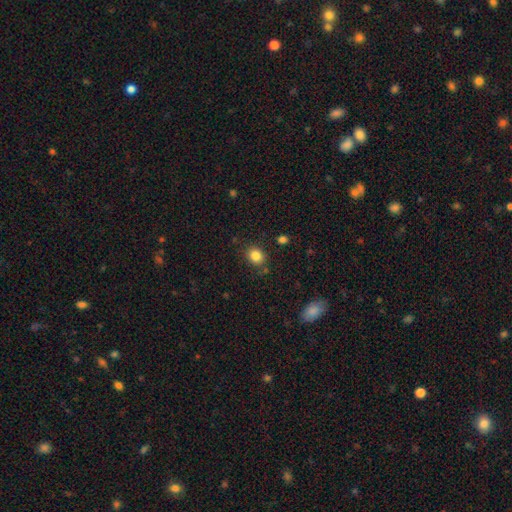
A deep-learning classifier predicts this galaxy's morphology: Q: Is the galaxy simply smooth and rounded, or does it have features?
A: smooth — 84%.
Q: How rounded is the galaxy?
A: round — 69%.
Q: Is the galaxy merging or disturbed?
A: none — 82%.